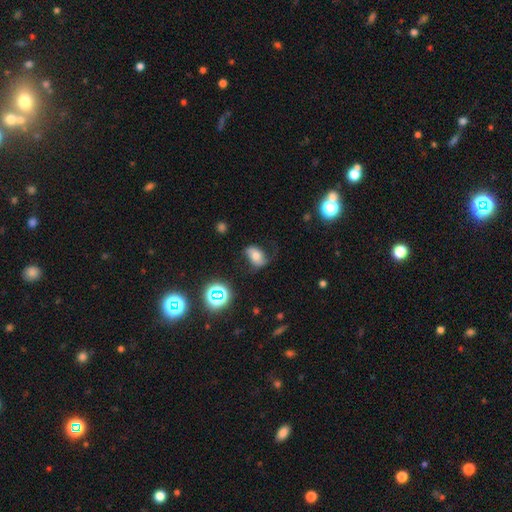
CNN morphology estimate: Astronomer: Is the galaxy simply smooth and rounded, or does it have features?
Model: smooth — 47% (runner-up: featured or disk, 38%).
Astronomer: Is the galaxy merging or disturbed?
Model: none — 54%.